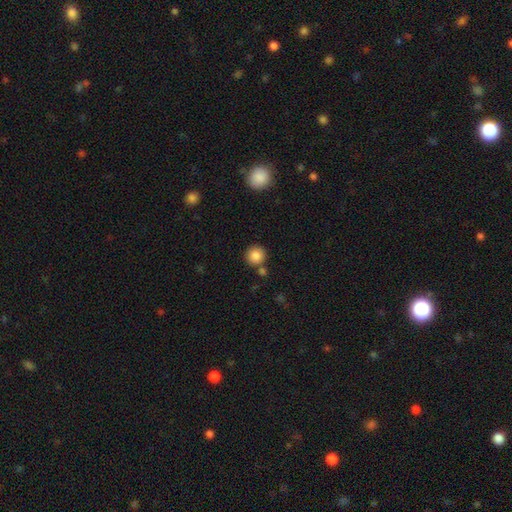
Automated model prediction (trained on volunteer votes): A smooth galaxy with no disk features (86%) that is round (93%). Merging: none (79%).